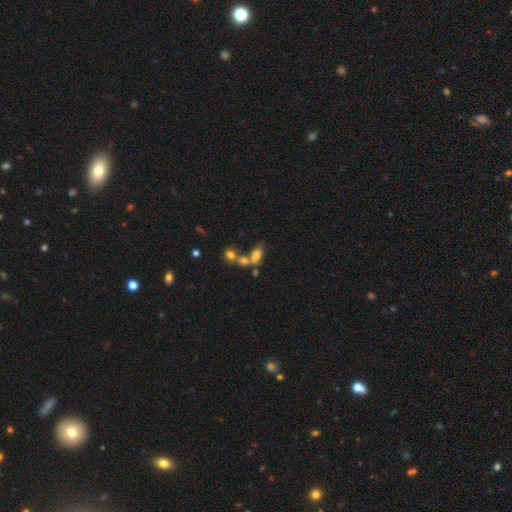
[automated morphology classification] This is likely a smooth galaxy (71%). How rounded: clearly in between (84%). Merging: possibly merger (46%).